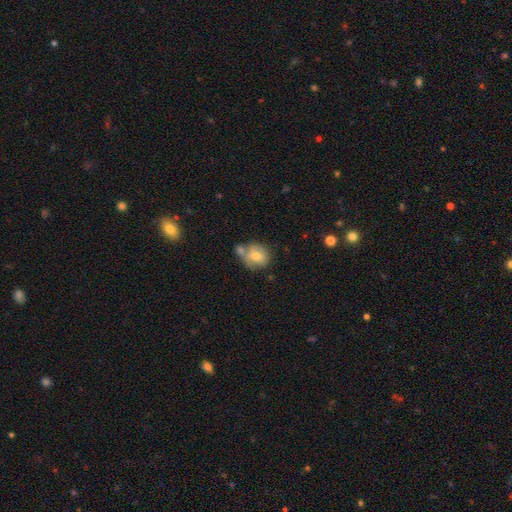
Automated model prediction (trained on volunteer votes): This is likely a smooth galaxy (69%). How rounded: likely round (69%). Merging: marginally none (42%).